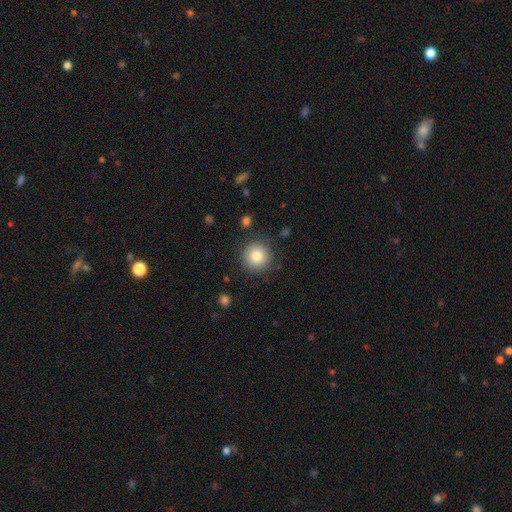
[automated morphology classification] The model was most divided on "smooth or featured": smooth: 83%, star or artifact: 9%, featured or disk: 7%. More confident: how rounded — round (94%); merging — none (87%).